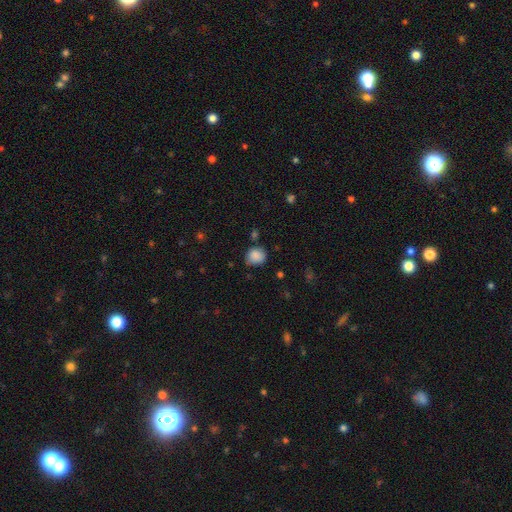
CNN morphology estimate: smooth 86%, star or artifact 9%, featured or disk 4%. Down the decision tree: how rounded — round (77%); merging — none (70%).